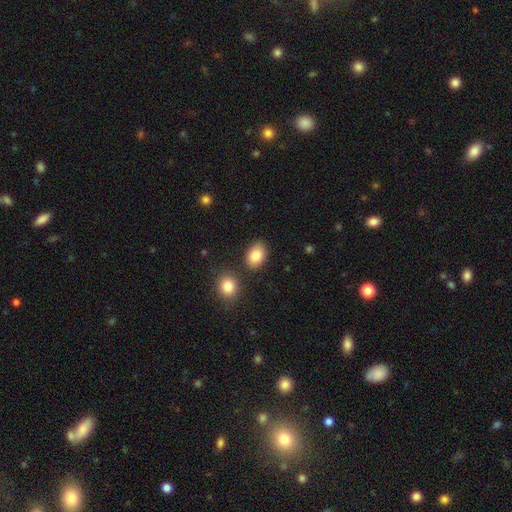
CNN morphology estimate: Q: Smooth or featured?
A: smooth (86%); runner-up: star or artifact (8%)
Q: How rounded?
A: in between (81%); runner-up: round (18%)
Q: Merging?
A: none (80%); runner-up: minor disturbance (10%)